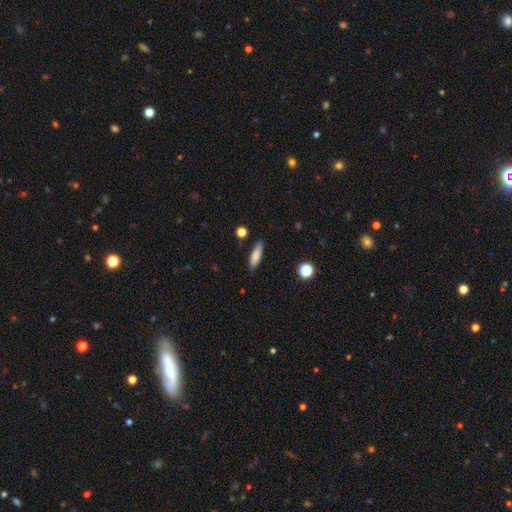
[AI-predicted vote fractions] This is clearly a smooth galaxy (82%). How rounded: possibly cigar-shaped (54%). Merging: clearly none (83%).